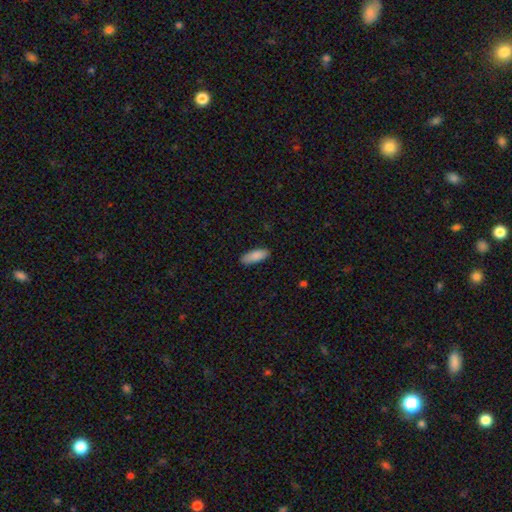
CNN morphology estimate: A smooth galaxy with no disk features (88%) that is in between round and cigar-shaped (71%).

Vote fractions:
- Smooth or featured? smooth: 88% / featured or disk: 7% / star or artifact: 6%
- How rounded? in between: 71% / cigar-shaped: 27% / round: 2%
- Merging? none: 85% / minor disturbance: 12% / major disturbance: 2% / merger: 1%